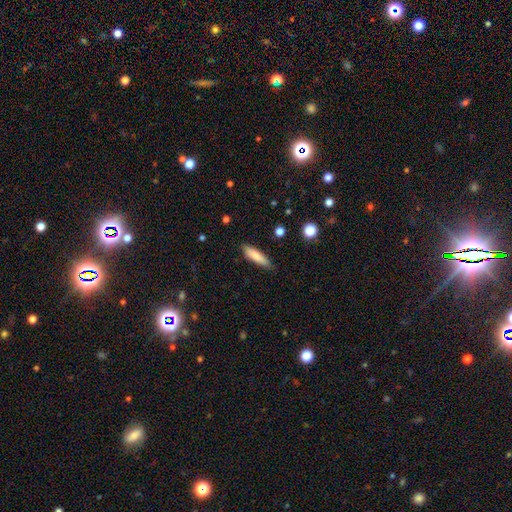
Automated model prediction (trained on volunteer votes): Smooth or featured? smooth (80%)
How rounded? cigar-shaped (71%)
Merging? none (84%)